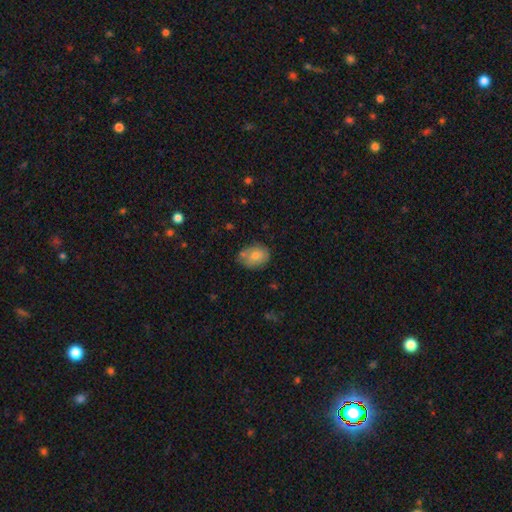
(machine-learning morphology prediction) The model was most divided on "how rounded": in between: 68%, round: 31%, cigar-shaped: 1%. More confident: smooth or featured — smooth (77%); merging — none (62%).